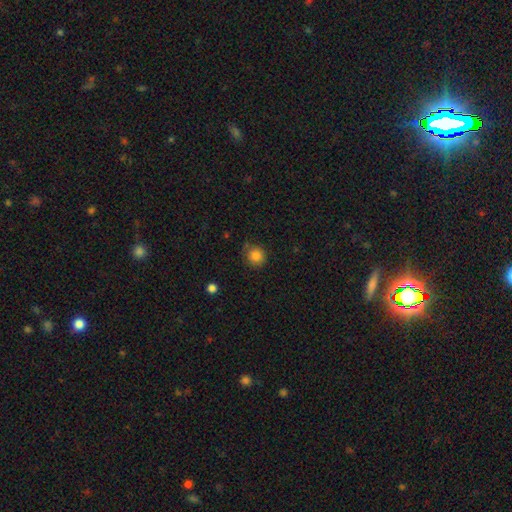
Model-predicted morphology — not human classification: A smooth galaxy with no disk features (85%) that is round (90%).

Vote fractions:
- Smooth or featured? smooth: 85% / star or artifact: 11% / featured or disk: 4%
- How rounded? round: 90% / in between: 9% / cigar-shaped: 1%
- Merging? none: 79% / minor disturbance: 15% / major disturbance: 3% / merger: 3%